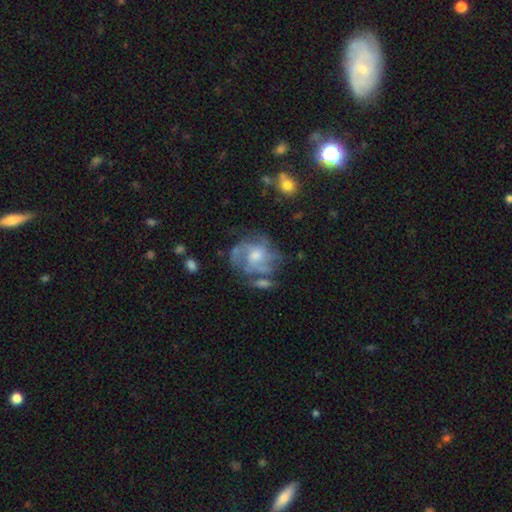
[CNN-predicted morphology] A featured or disk galaxy (74%) with no bar (66%), medium (43%) spiral arms (83%) and a moderate central bulge (53%). Merging: none (55%).